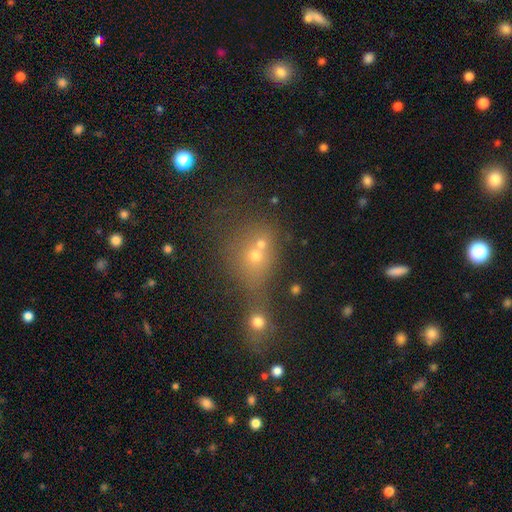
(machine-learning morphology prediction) smooth 59%, star or artifact 24%, featured or disk 17%. Down the decision tree: how rounded — round (71%); merging — merger (58%).